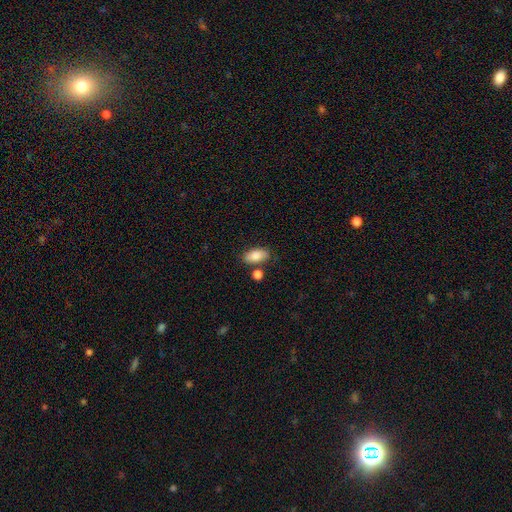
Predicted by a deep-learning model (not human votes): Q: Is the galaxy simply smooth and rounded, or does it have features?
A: smooth — 83%.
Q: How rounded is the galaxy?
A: in between — 91%.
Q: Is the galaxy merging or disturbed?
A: none — 74%.